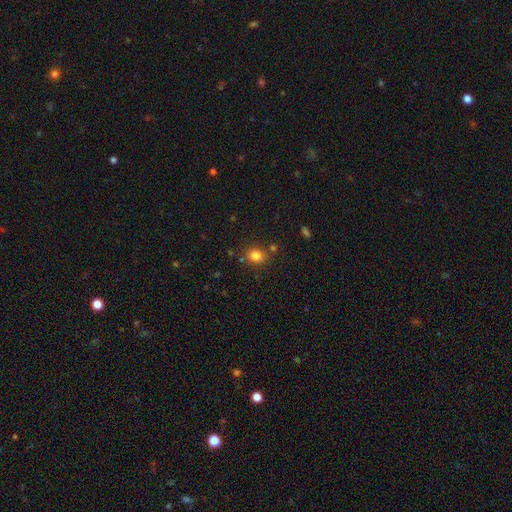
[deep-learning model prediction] Overall: smooth (81%). How rounded: round (62%; in between 37%). Merging: none (77%).